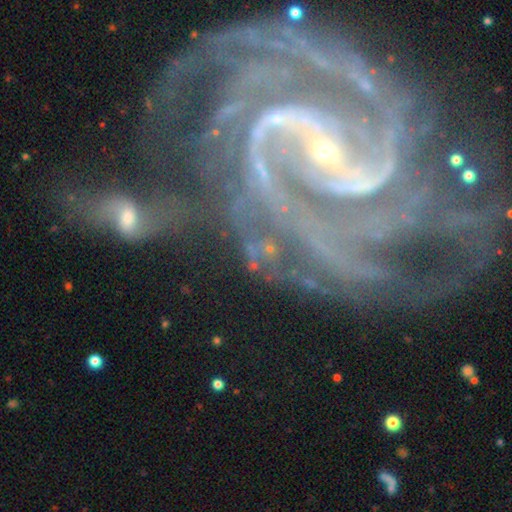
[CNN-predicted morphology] smooth_or_featured: featured or disk (p=0.54) [alt: star or artifact p=0.29]
disk_edge_on: no (p=0.89) [alt: yes p=0.11]
merging: none (p=0.64) [alt: minor disturbance p=0.17]